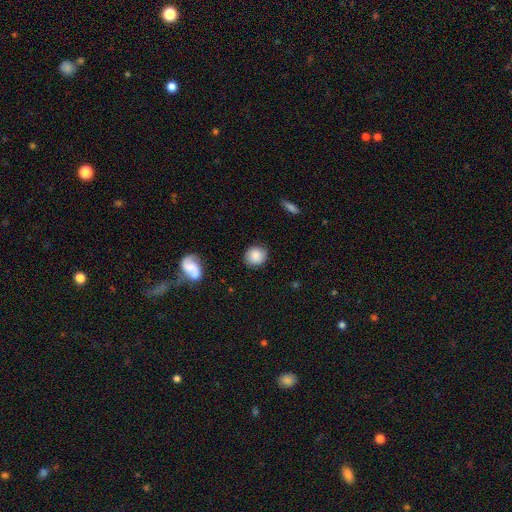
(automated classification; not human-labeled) Smooth or featured?
  - smooth: 83% *
  - featured or disk: 9%
  - star or artifact: 8%
How rounded?
  - round: 84% *
  - in between: 15%
  - cigar-shaped: 1%
Merging?
  - none: 84% *
  - minor disturbance: 11%
  - major disturbance: 3%
  - merger: 2%